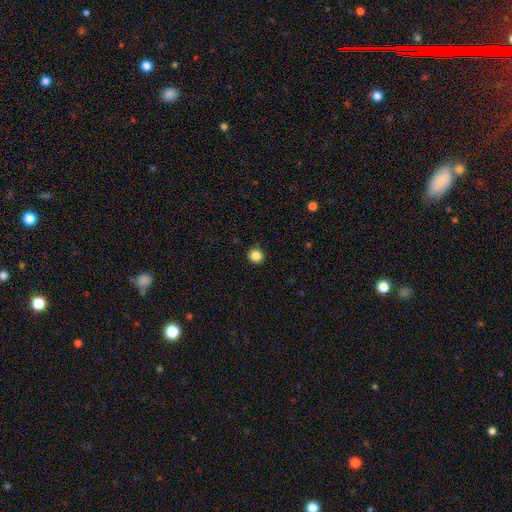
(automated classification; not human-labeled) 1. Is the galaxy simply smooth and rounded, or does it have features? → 85% smooth, 11% star or artifact, 4% featured or disk.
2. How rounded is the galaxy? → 93% round, 6% in between, 1% cigar-shaped.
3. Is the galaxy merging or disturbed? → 92% none, 6% minor disturbance, 2% major disturbance, 1% merger.